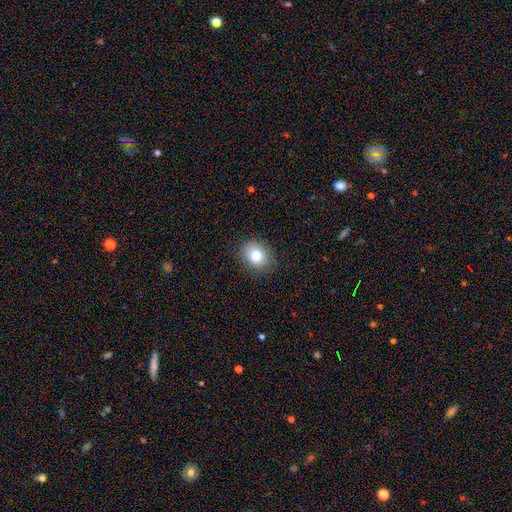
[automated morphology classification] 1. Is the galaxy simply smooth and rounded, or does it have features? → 80% smooth, 10% star or artifact, 10% featured or disk.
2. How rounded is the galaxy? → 56% round, 43% in between, 1% cigar-shaped.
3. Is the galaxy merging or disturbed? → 87% none, 10% minor disturbance, 3% major disturbance, 1% merger.